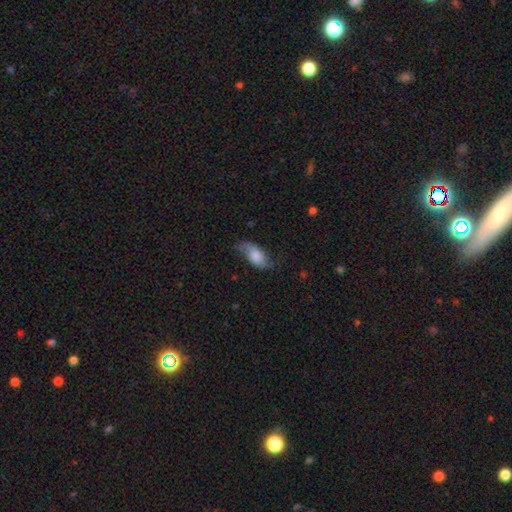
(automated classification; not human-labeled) A smooth galaxy with no disk features (56%) that is in between round and cigar-shaped (89%). Merging: none (58%).